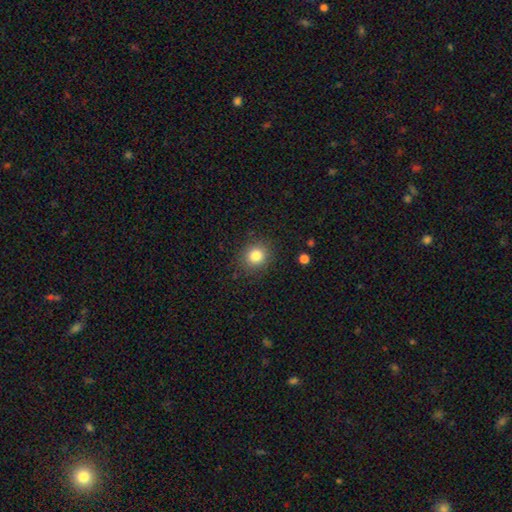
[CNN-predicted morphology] Overall: smooth (82%). How rounded: round (86%). Merging: none (88%).